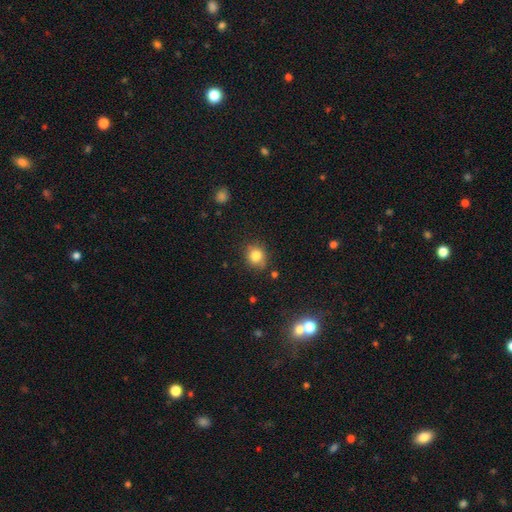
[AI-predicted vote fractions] Q: Smooth or featured?
A: smooth (82%); runner-up: star or artifact (11%)
Q: How rounded?
A: round (79%); runner-up: in between (20%)
Q: Merging?
A: none (79%); runner-up: minor disturbance (15%)